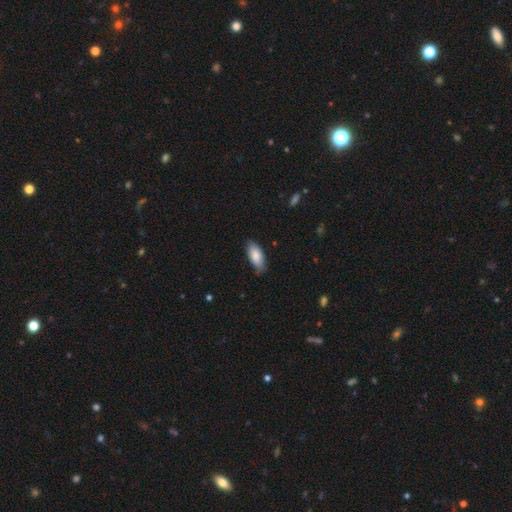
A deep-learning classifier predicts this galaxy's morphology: Smooth or featured? smooth (84%)
How rounded? in between (86%)
Merging? none (74%)